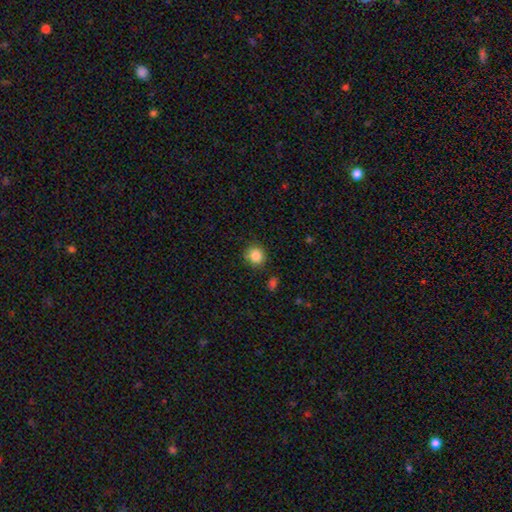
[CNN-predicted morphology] Smooth or featured?
  - smooth: 85% *
  - star or artifact: 10%
  - featured or disk: 5%
How rounded?
  - round: 88% *
  - in between: 11%
  - cigar-shaped: 1%
Merging?
  - none: 85% *
  - minor disturbance: 10%
  - major disturbance: 3%
  - merger: 2%